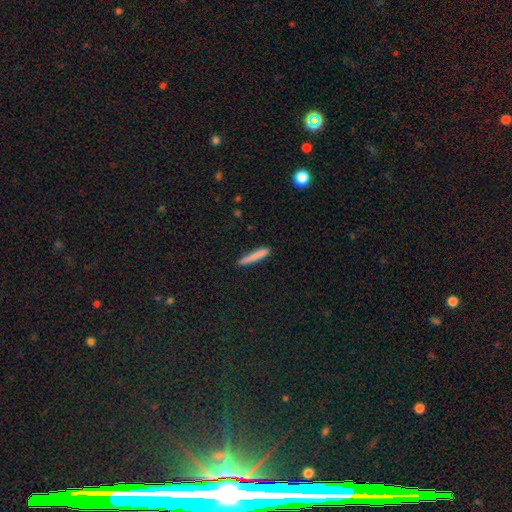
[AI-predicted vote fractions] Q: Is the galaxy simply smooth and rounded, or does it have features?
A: smooth — 80%.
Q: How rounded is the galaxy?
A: cigar-shaped — 95%.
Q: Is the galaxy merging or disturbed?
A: none — 85%.